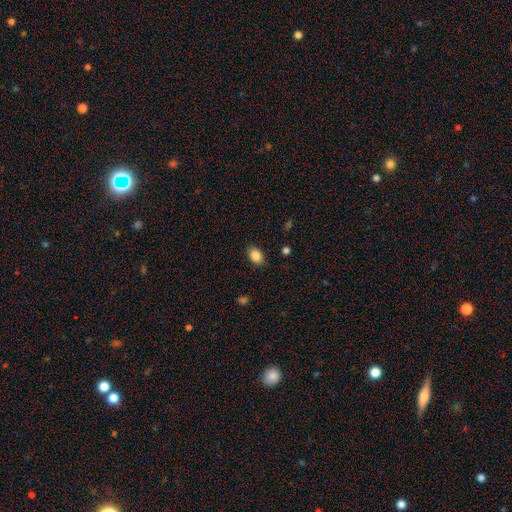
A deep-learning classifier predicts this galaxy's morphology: A smooth galaxy with no disk features (86%) that is in between round and cigar-shaped (80%).

Vote fractions:
- Smooth or featured? smooth: 86% / star or artifact: 9% / featured or disk: 5%
- How rounded? in between: 80% / round: 19% / cigar-shaped: 1%
- Merging? none: 86% / minor disturbance: 10% / major disturbance: 3% / merger: 1%